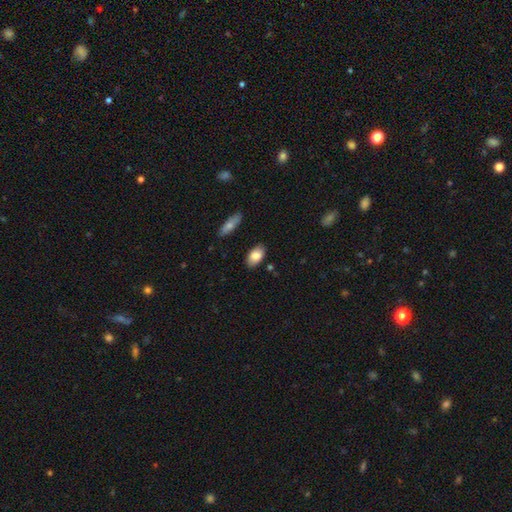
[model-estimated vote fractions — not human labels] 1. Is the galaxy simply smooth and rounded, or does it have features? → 84% smooth, 10% featured or disk, 6% star or artifact.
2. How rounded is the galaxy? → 93% in between, 5% round, 2% cigar-shaped.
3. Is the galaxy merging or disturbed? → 85% none, 11% minor disturbance, 2% merger, 2% major disturbance.